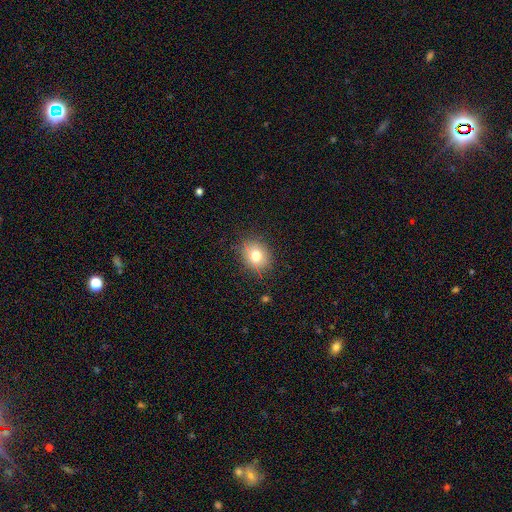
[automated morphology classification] smooth-or-featured: smooth: 75% | star or artifact: 13% | featured or disk: 12%
  how-rounded: round: 62% | in between: 37% | cigar-shaped: 1%
  merging: none: 83% | minor disturbance: 12% | major disturbance: 3% | merger: 1%